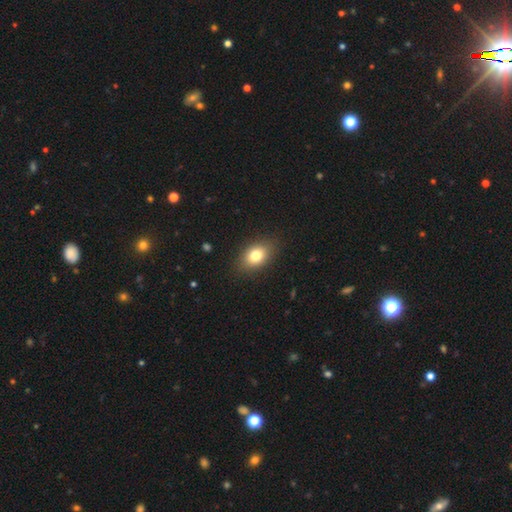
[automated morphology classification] Smooth or featured?
  - smooth: 79% *
  - featured or disk: 12%
  - star or artifact: 9%
How rounded?
  - in between: 80% *
  - round: 19%
  - cigar-shaped: 2%
Merging?
  - none: 86% *
  - minor disturbance: 11%
  - major disturbance: 3%
  - merger: 1%